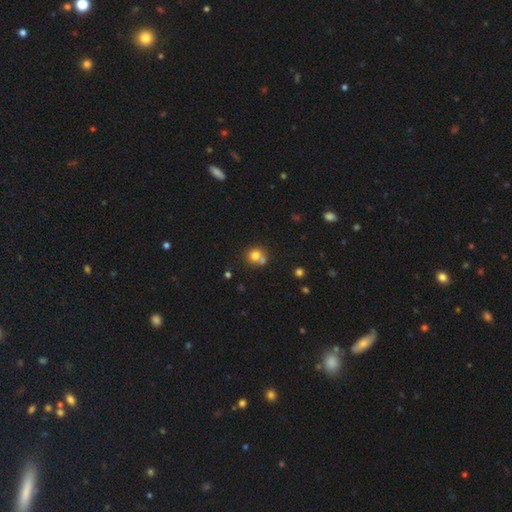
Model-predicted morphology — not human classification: This is likely a smooth galaxy (77%). How rounded: clearly round (82%). Merging: possibly none (48%).